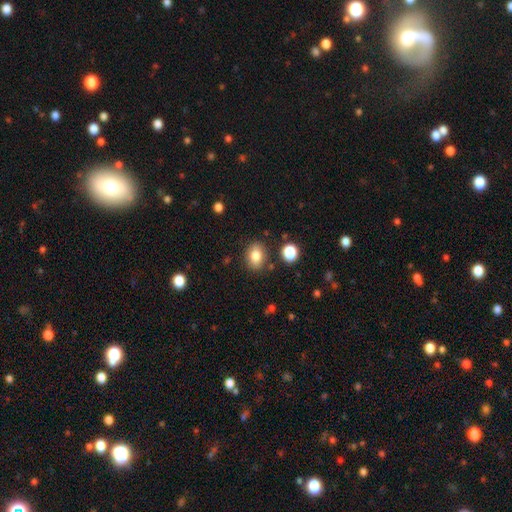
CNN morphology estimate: The model was most divided on "how rounded": in between: 71%, round: 28%, cigar-shaped: 1%. More confident: merging — none (82%); smooth or featured — smooth (82%).